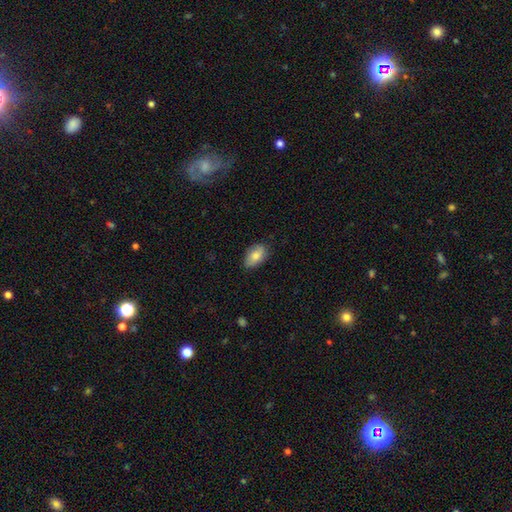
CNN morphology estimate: A smooth galaxy with no disk features (80%) that is in between round and cigar-shaped (92%).

Vote fractions:
- Smooth or featured? smooth: 80% / featured or disk: 13% / star or artifact: 7%
- How rounded? in between: 92% / round: 6% / cigar-shaped: 2%
- Merging? none: 79% / minor disturbance: 18% / major disturbance: 3% / merger: 1%